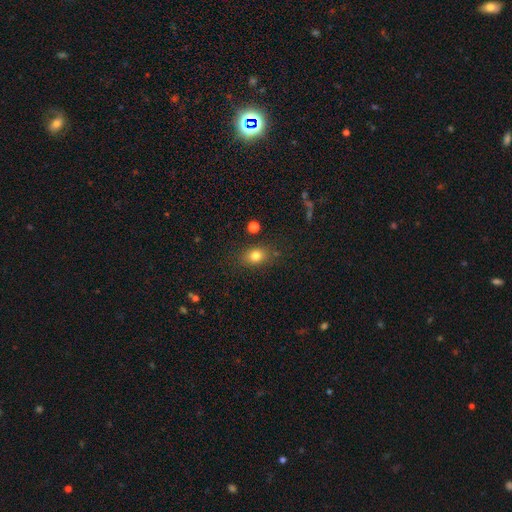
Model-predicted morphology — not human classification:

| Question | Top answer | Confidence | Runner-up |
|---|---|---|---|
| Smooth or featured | smooth | 80% | star or artifact (12%) |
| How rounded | in between | 61% | round (37%) |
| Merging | none | 80% | minor disturbance (13%) |